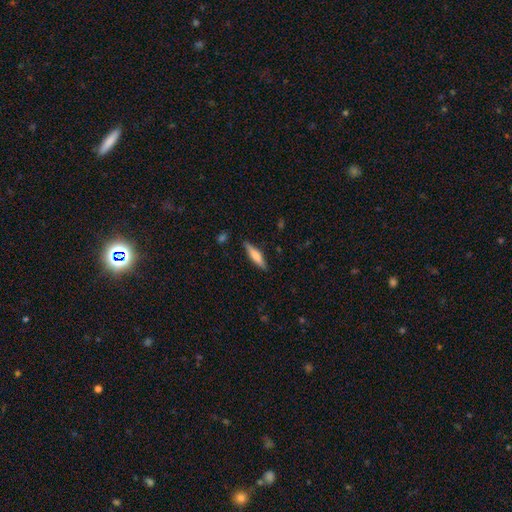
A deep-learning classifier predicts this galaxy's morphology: A smooth galaxy with no disk features (57%) that is cigar-shaped (80%).

Vote fractions:
- Smooth or featured? smooth: 57% / featured or disk: 37% / star or artifact: 6%
- How rounded? cigar-shaped: 80% / in between: 18% / round: 2%
- Merging? none: 88% / minor disturbance: 9% / major disturbance: 2% / merger: 1%